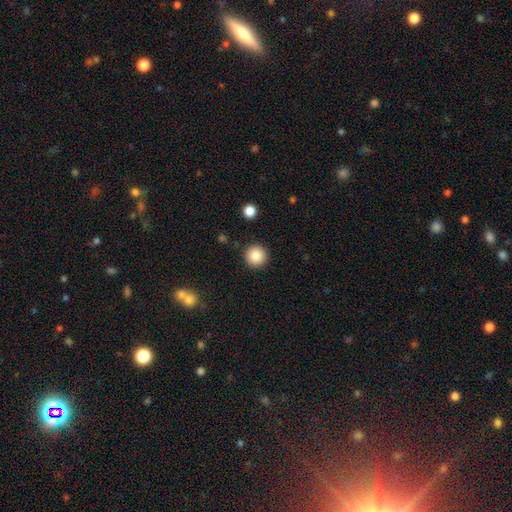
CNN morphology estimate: Smooth or featured?
  - smooth: 86% *
  - star or artifact: 9%
  - featured or disk: 5%
How rounded?
  - round: 96% *
  - in between: 3%
  - cigar-shaped: 1%
Merging?
  - none: 91% *
  - minor disturbance: 5%
  - major disturbance: 2%
  - merger: 2%